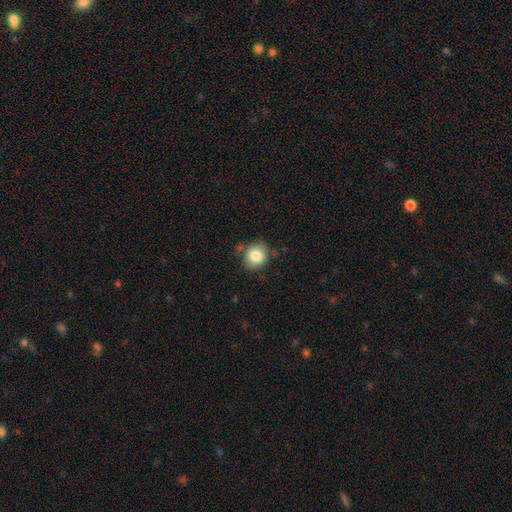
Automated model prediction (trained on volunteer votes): Q: Smooth or featured?
A: smooth (82%); runner-up: star or artifact (9%)
Q: How rounded?
A: round (72%); runner-up: in between (27%)
Q: Merging?
A: none (76%); runner-up: minor disturbance (16%)